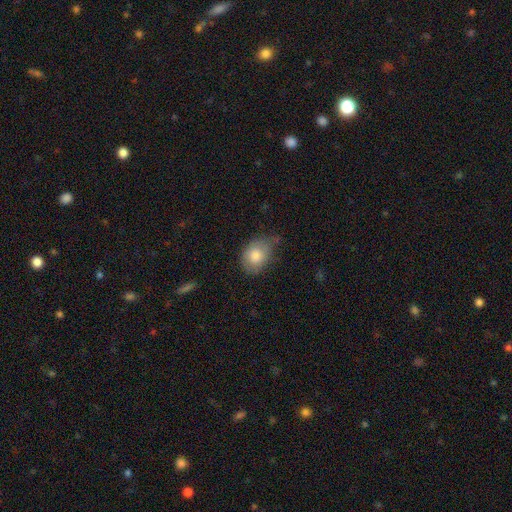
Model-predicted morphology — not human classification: This is clearly a smooth galaxy (80%). How rounded: likely in between (69%). Merging: possibly none (49%).